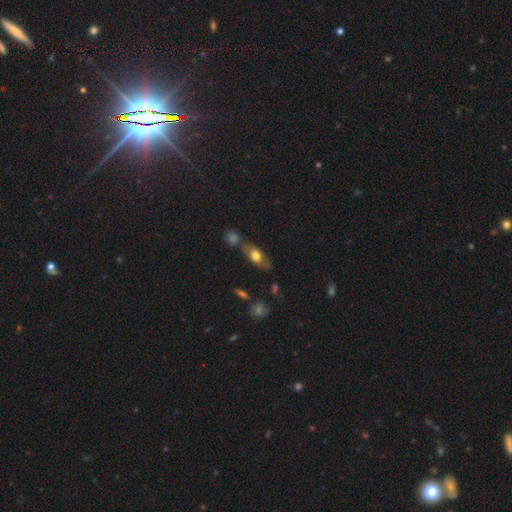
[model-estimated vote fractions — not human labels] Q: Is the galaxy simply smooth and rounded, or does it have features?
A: smooth — 62%.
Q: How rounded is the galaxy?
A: in between — 75%.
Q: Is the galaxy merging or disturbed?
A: none — 59%.